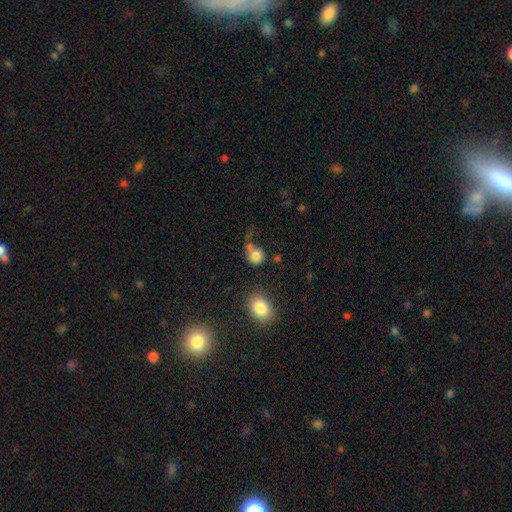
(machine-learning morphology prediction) Smooth or featured?
  - smooth: 82% *
  - star or artifact: 11%
  - featured or disk: 8%
How rounded?
  - round: 83% *
  - in between: 16%
  - cigar-shaped: 1%
Merging?
  - none: 51% *
  - merger: 24%
  - minor disturbance: 16%
  - major disturbance: 10%